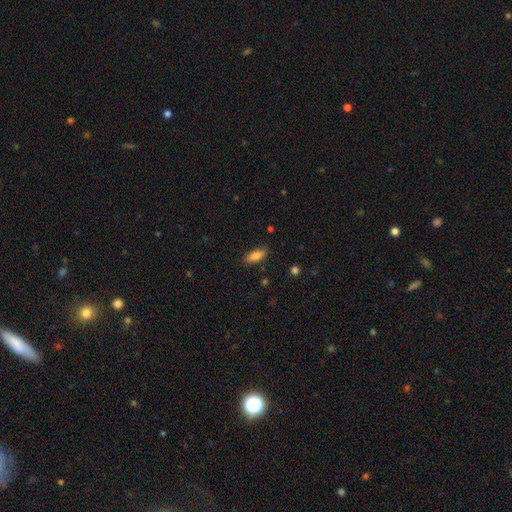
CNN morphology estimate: Smooth or featured?
  - smooth: 84% *
  - featured or disk: 8%
  - star or artifact: 7%
How rounded?
  - in between: 80% *
  - cigar-shaped: 17%
  - round: 2%
Merging?
  - none: 84% *
  - minor disturbance: 12%
  - major disturbance: 3%
  - merger: 1%